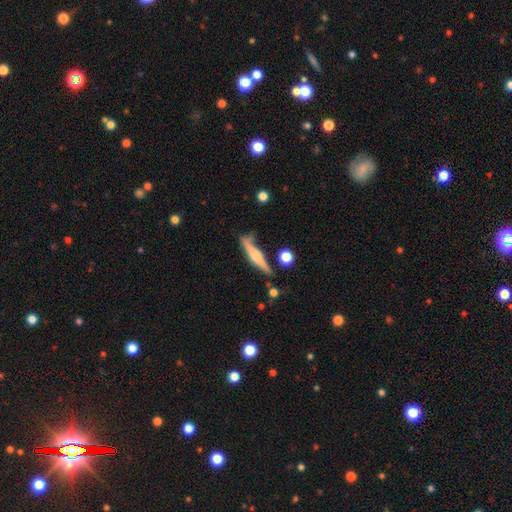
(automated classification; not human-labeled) smooth-or-featured: featured or disk: 58% | smooth: 35% | star or artifact: 7%
  disk-edge-on: yes: 95% | no: 5%
    edge-on-bulge: rounded: 75% | boxy: 14% | none: 11%
  merging: none: 68% | minor disturbance: 19% | merger: 7% | major disturbance: 6%